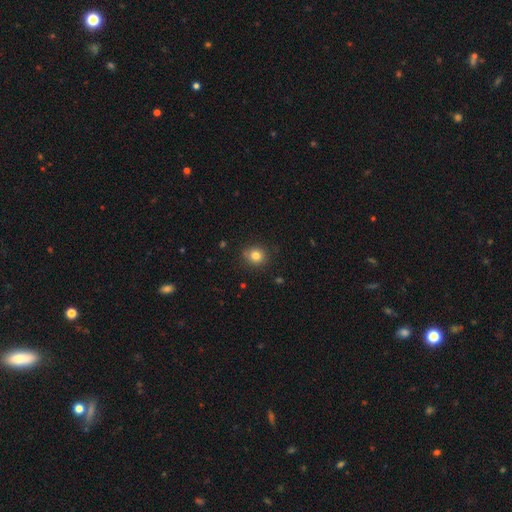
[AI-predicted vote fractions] A smooth galaxy with no disk features (82%) that is round (82%). Merging: none (84%).